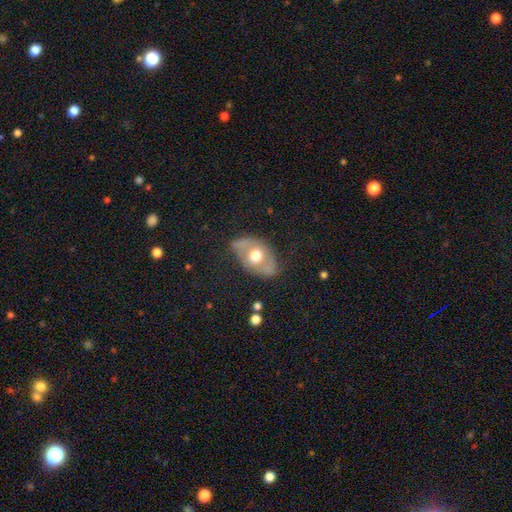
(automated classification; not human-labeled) smooth-or-featured: featured or disk: 48% | smooth: 45% | star or artifact: 8%
  merging: none: 61% | minor disturbance: 26% | major disturbance: 10% | merger: 3%